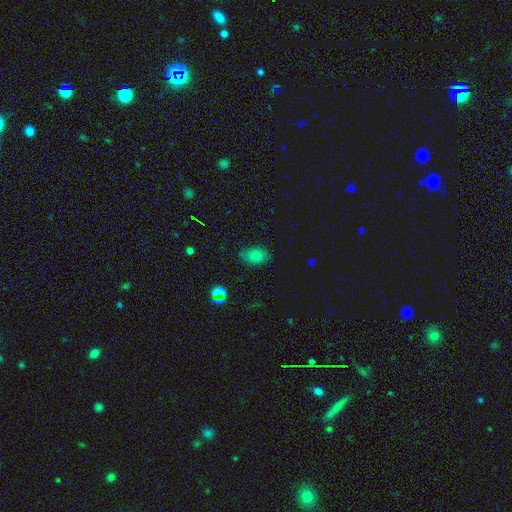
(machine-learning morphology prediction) Overall: smooth (77%). How rounded: in between (80%). Merging: none (76%).